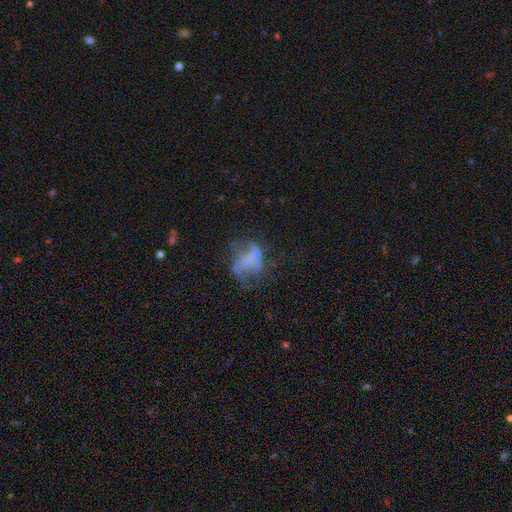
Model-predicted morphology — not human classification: smooth-or-featured: featured or disk: 56% | smooth: 26% | star or artifact: 19%
  disk-edge-on: no: 98% | yes: 2%
    bar: no: 85% | weak: 11% | strong: 3%
    has-spiral-arms: no: 77% | yes: 23%
    bulge-size: none: 70% | small: 16% | moderate: 9% | large: 3% | dominant: 1%
  merging: none: 39% | major disturbance: 33% | minor disturbance: 18% | merger: 10%